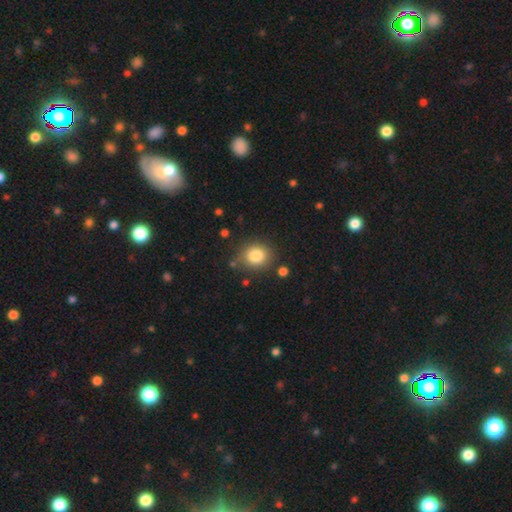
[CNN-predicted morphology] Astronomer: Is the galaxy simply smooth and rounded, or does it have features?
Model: smooth — 83%.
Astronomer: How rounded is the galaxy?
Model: round — 74%.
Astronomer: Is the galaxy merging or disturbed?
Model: none — 82%.